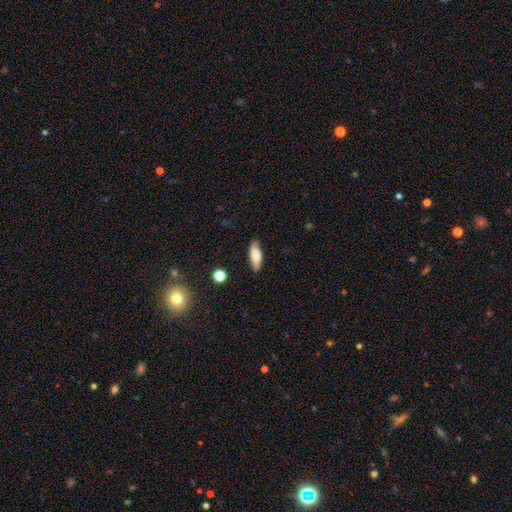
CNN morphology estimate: This is likely a smooth galaxy (79%). How rounded: likely in between (67%). Merging: clearly none (84%).